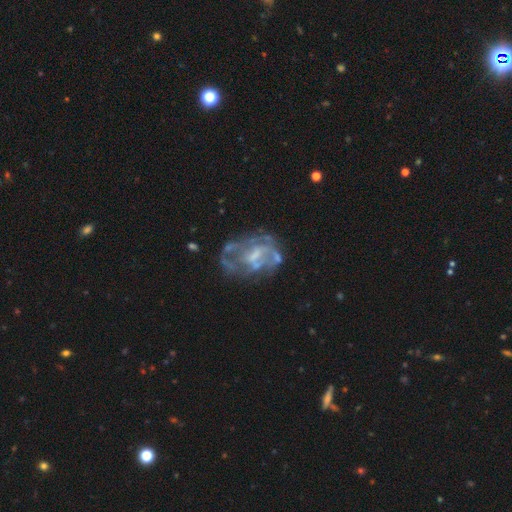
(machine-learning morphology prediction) type=featured or disk (78%); edge-on=no (97%); bar=weak (44%); spiral arms=yes (52%); bulge=small (35%); merging=none (46%).